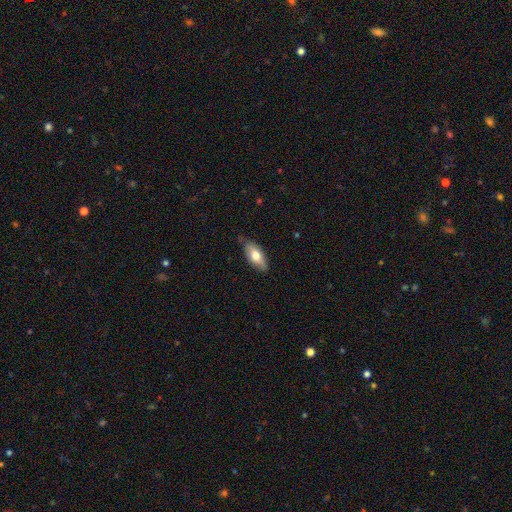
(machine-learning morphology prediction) Smooth or featured: smooth — 66% (featured or disk — 28%)
How rounded: in between — 82% (cigar-shaped — 15%)
Merging: none — 76% (minor disturbance — 20%)